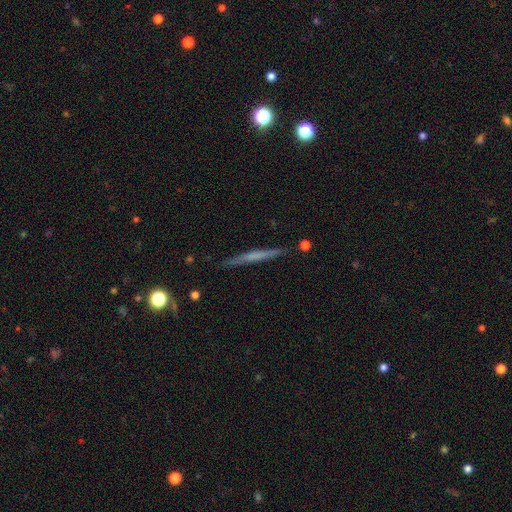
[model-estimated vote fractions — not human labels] This appears to be a featured or disk galaxy (54%) viewed edge-on (97%) with no central bulge (70%). Merging: none (89%).